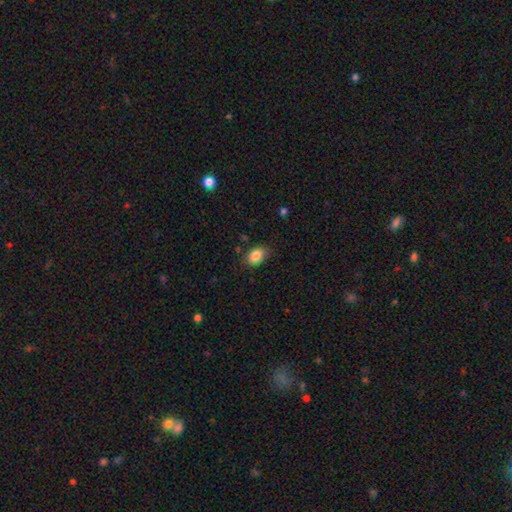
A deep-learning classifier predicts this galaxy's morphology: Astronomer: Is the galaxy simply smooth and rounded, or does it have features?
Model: smooth — 86%.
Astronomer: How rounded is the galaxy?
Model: in between — 80%.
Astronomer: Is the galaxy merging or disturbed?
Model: none — 77%.